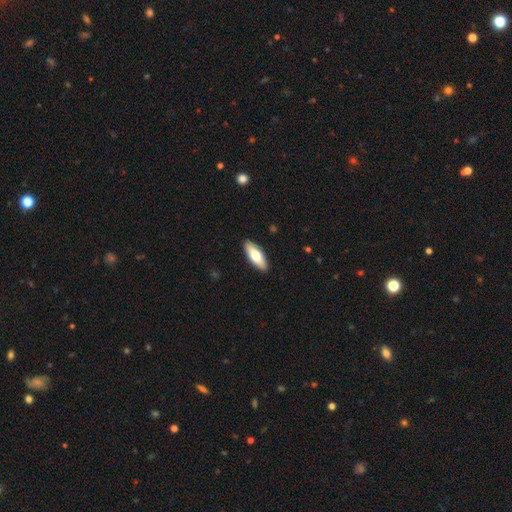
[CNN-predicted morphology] Overall: smooth (68%). How rounded: in between (61%; cigar-shaped 37%). Merging: none (91%).